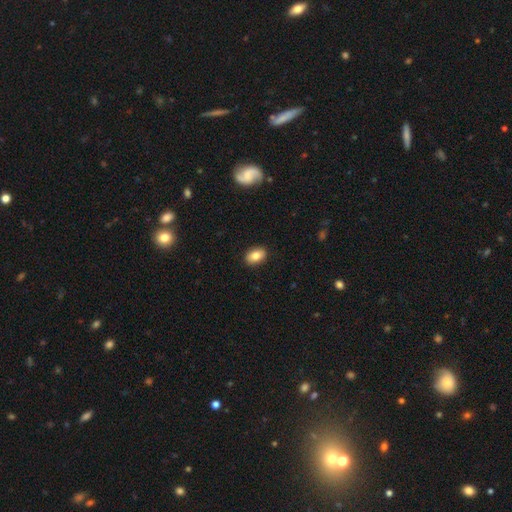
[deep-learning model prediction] Morphology: type=smooth (82%); roundness=in between (83%); merging=none (89%).